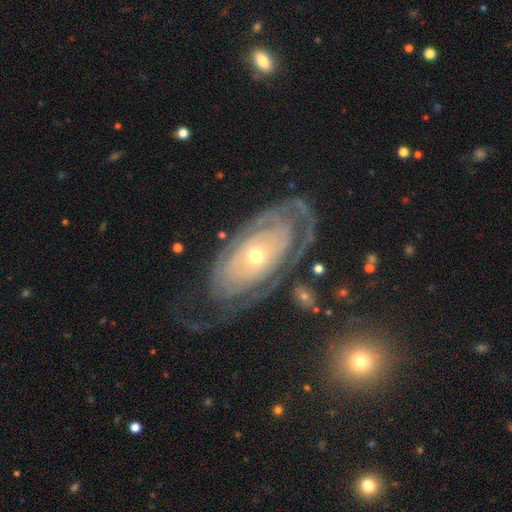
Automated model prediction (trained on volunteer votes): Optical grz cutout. It shows a featured or disk galaxy (83%) with no bar (82%), tight (72%) spiral arms (82%) and a moderate central bulge (53%). Merging: none (62%).